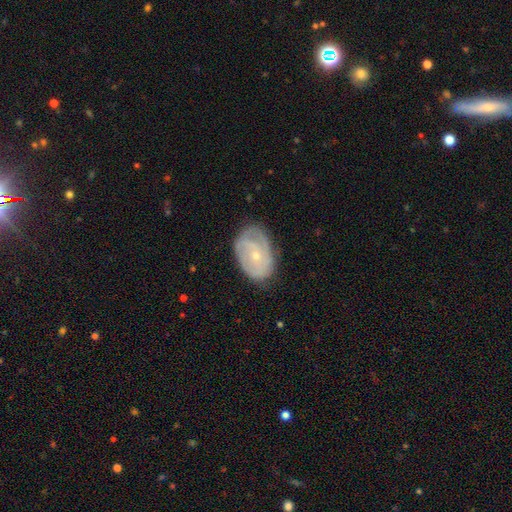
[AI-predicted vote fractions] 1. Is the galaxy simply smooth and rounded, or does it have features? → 65% featured or disk, 28% smooth, 7% star or artifact.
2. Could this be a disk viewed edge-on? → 96% no, 4% yes.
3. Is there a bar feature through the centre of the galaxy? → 72% no, 24% weak, 5% strong.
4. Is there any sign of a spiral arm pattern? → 78% yes, 22% no.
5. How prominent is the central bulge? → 72% small, 25% moderate, 2% none, 1% large, 1% dominant.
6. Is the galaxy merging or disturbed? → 67% none, 24% minor disturbance, 8% major disturbance, 1% merger.